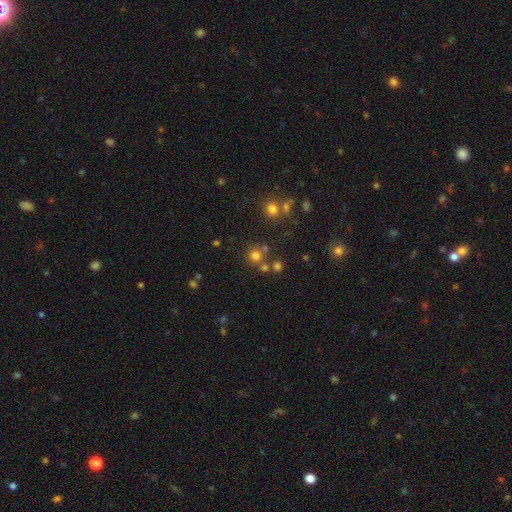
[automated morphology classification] Smooth or featured: smooth — 70% (star or artifact — 21%)
How rounded: round — 91% (in between — 8%)
Merging: none — 68% (merger — 20%)